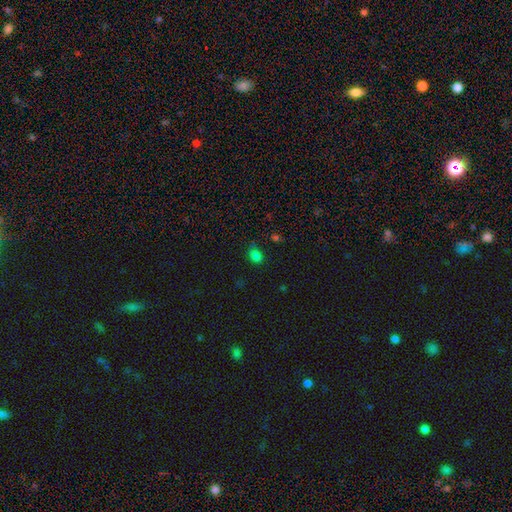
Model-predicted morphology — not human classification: Smooth or featured: smooth — 79% (star or artifact — 16%)
How rounded: in between — 57% (round — 41%)
Merging: none — 68% (minor disturbance — 24%)